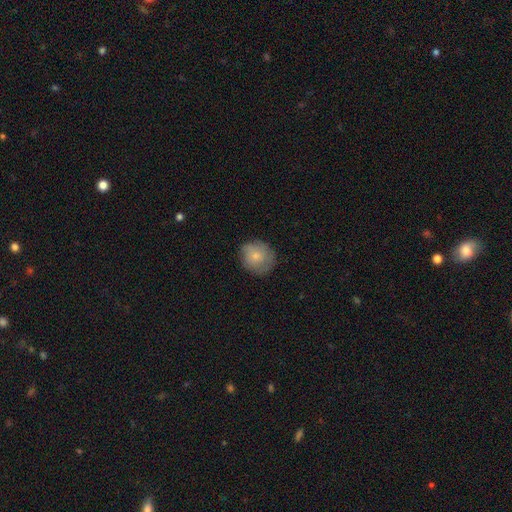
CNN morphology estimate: A smooth galaxy with no disk features (75%) that is round (82%). Merging: none (75%).